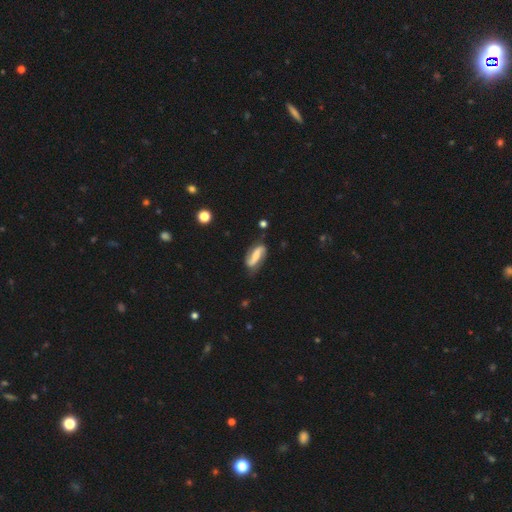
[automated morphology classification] smooth_or_featured: featured or disk (p=0.71) [alt: smooth p=0.23]
disk_edge_on: no (p=0.93) [alt: yes p=0.07]
bar: strong (p=0.43) [alt: weak p=0.31]
has_spiral_arms: yes (p=0.93) [alt: no p=0.07]
spiral_winding: loose (p=0.56) [alt: medium p=0.29]
spiral_arm_count: 2 (p=0.89) [alt: can't tell p=0.04]
bulge_size: small (p=0.35) [alt: moderate p=0.29]
merging: none (p=0.73) [alt: minor disturbance p=0.19]